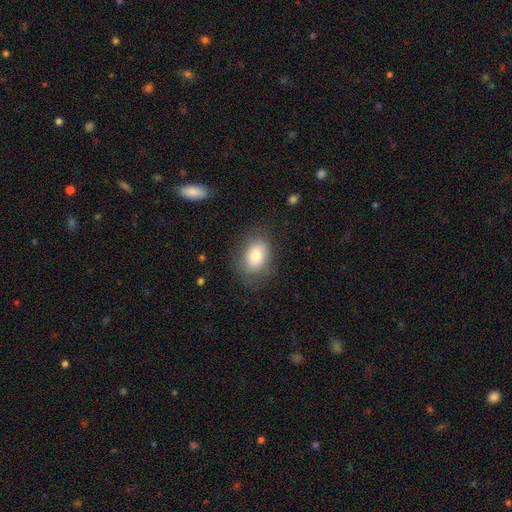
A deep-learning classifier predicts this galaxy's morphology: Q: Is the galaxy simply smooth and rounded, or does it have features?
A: smooth — 78%.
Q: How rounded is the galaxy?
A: in between — 75%.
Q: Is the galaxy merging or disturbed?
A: none — 73%.